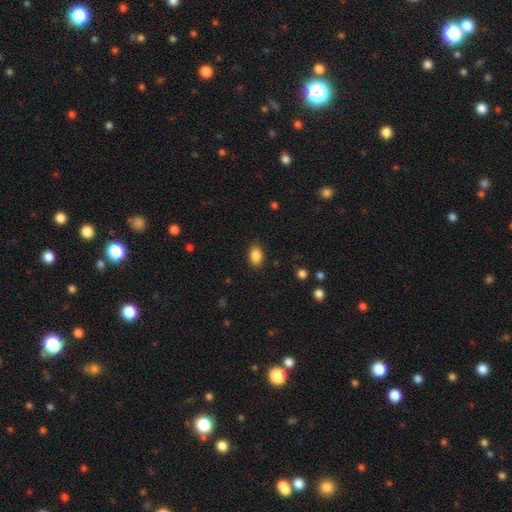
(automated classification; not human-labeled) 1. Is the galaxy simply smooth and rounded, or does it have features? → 87% smooth, 8% star or artifact, 4% featured or disk.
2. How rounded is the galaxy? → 85% in between, 14% round, 1% cigar-shaped.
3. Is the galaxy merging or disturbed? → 87% none, 10% minor disturbance, 3% major disturbance, 1% merger.